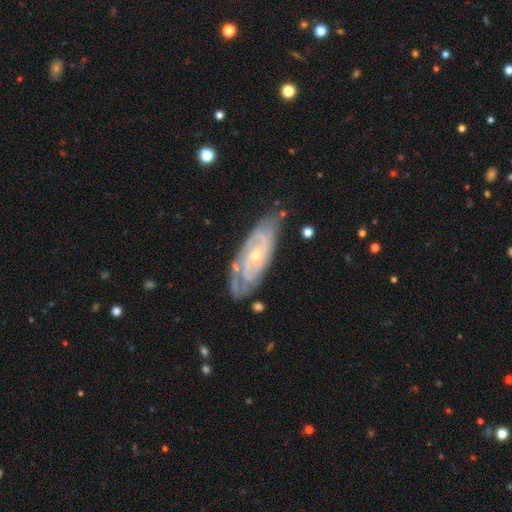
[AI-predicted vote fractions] Q: Smooth or featured?
A: featured or disk (85%); runner-up: smooth (10%)
Q: Edge-on disk?
A: no (91%); runner-up: yes (9%)
Q: Bar?
A: no (64%); runner-up: weak (29%)
Q: Spiral arms?
A: yes (94%); runner-up: no (6%)
Q: Spiral winding?
A: tight (63%); runner-up: medium (30%)
Q: Spiral arm count?
A: 2 (34%); runner-up: can't tell (31%)
Q: Bulge size?
A: small (76%); runner-up: moderate (21%)
Q: Merging?
A: none (72%); runner-up: minor disturbance (20%)